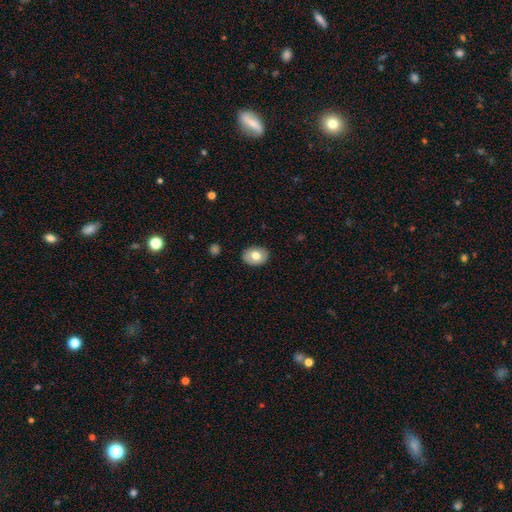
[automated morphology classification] type=smooth (72%); roundness=in between (73%); merging=none (87%).